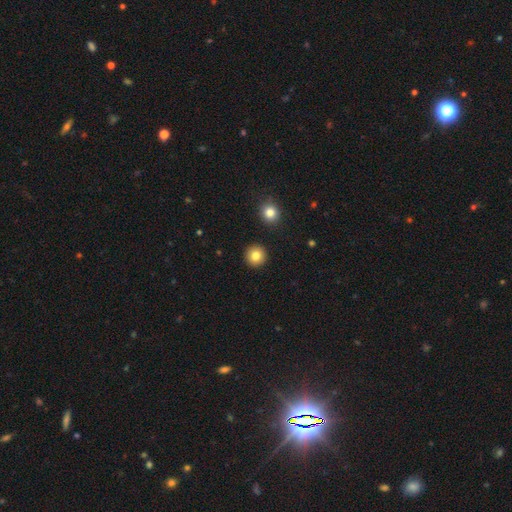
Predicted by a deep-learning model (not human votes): smooth 82%, star or artifact 10%, featured or disk 7%. Down the decision tree: how rounded — round (95%); merging — none (92%).